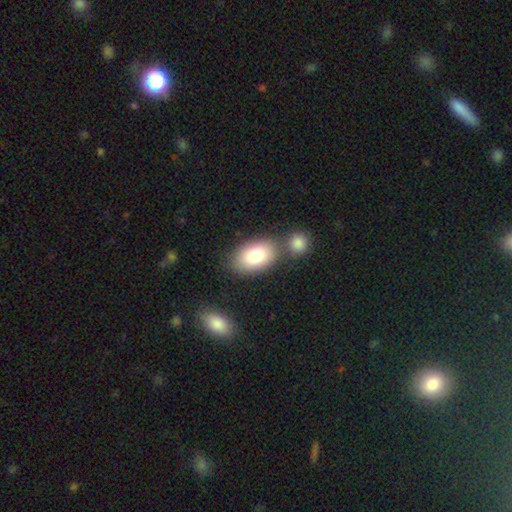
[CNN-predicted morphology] smooth 82%, featured or disk 11%, star or artifact 7%. Down the decision tree: how rounded — in between (90%); merging — none (61%).